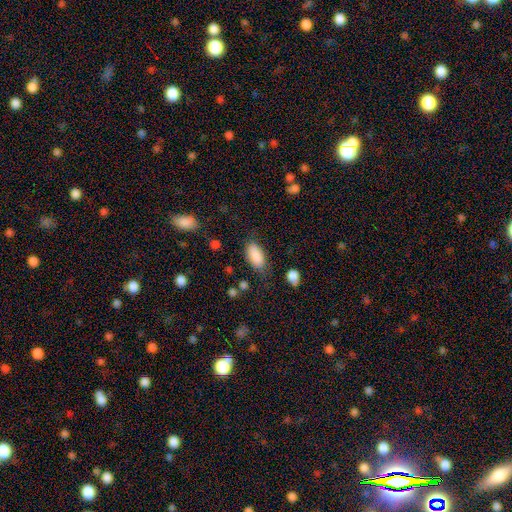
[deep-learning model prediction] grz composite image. It shows a smooth galaxy with no disk features (87%) that is in between round and cigar-shaped (90%). Merging: none (71%).